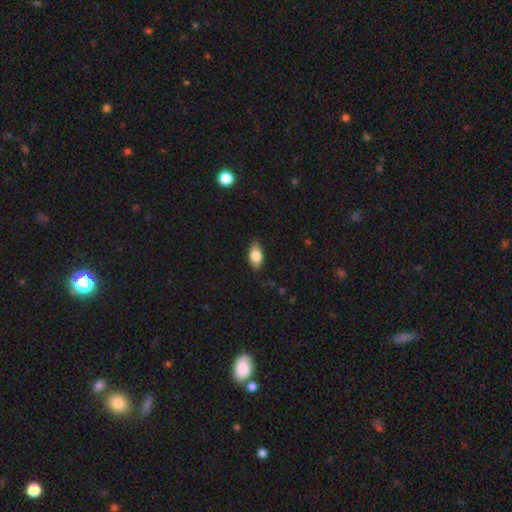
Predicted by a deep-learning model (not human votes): Smooth or featured: smooth — 78% (featured or disk — 15%)
How rounded: in between — 89% (cigar-shaped — 6%)
Merging: none — 84% (minor disturbance — 13%)